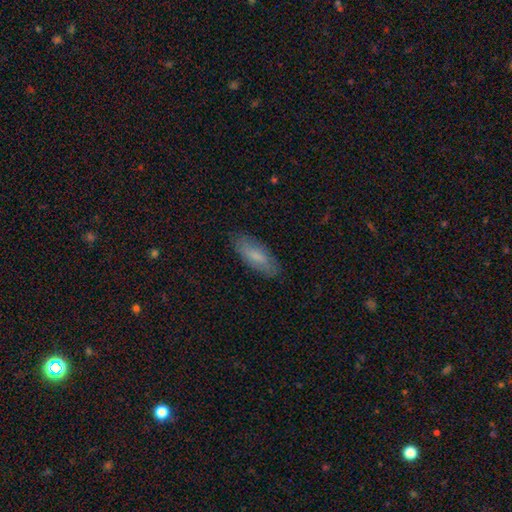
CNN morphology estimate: Smooth or featured: smooth — 69% (featured or disk — 24%)
How rounded: in between — 68% (cigar-shaped — 30%)
Merging: none — 84% (minor disturbance — 12%)